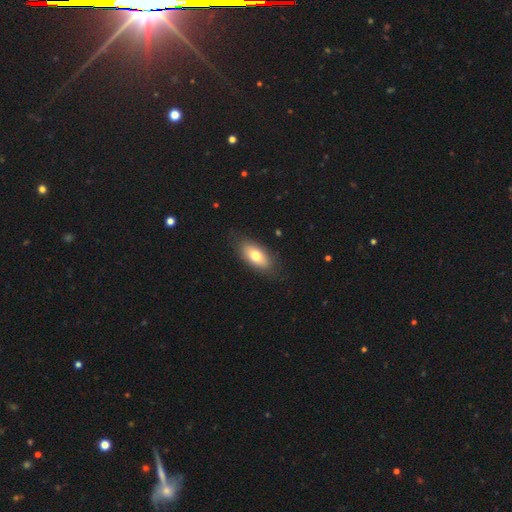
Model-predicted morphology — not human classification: Smooth or featured?
  - smooth: 73% *
  - featured or disk: 20%
  - star or artifact: 7%
How rounded?
  - in between: 90% *
  - cigar-shaped: 6%
  - round: 4%
Merging?
  - none: 82% *
  - minor disturbance: 14%
  - major disturbance: 4%
  - merger: 1%